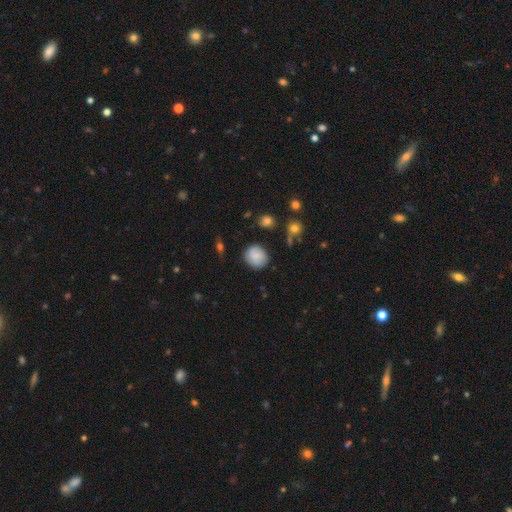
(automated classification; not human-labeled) Smooth or featured? smooth (79%)
How rounded? round (81%)
Merging? none (79%)